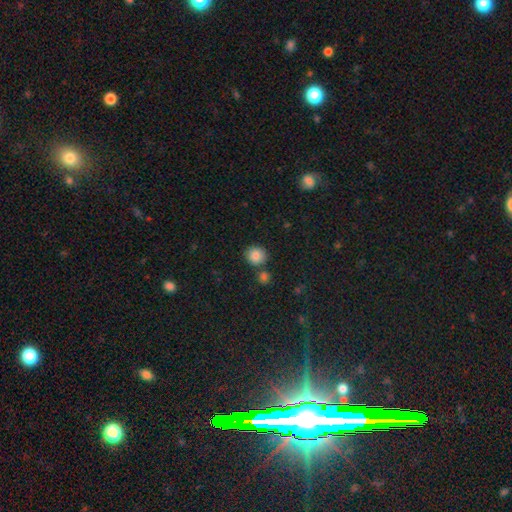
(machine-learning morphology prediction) Smooth or featured?
  - smooth: 85% *
  - star or artifact: 10%
  - featured or disk: 5%
How rounded?
  - round: 87% *
  - in between: 12%
  - cigar-shaped: 1%
Merging?
  - none: 76% *
  - merger: 12%
  - minor disturbance: 9%
  - major disturbance: 3%